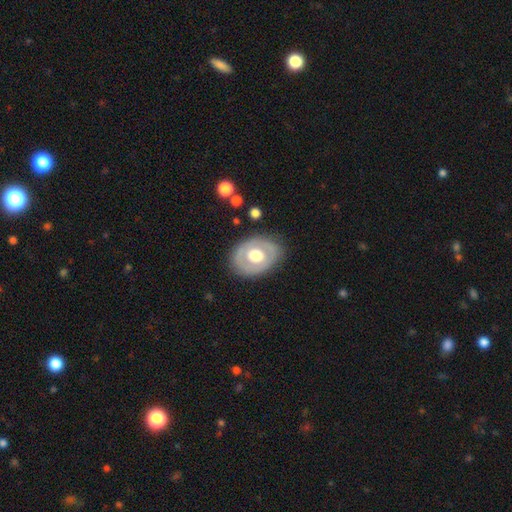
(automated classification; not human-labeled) Morphology: type=featured or disk (52%); edge-on=no (92%); merging=none (81%).